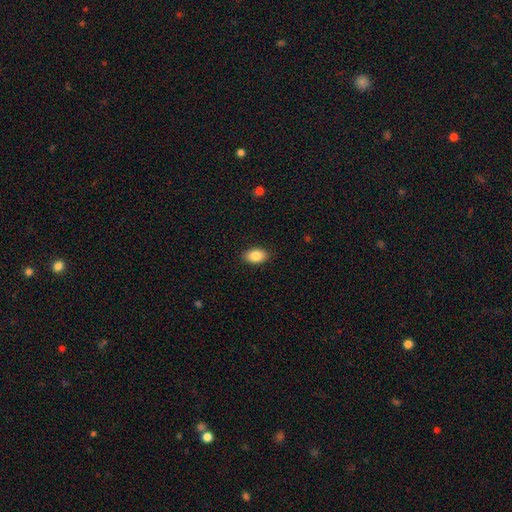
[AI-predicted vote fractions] This appears to be a smooth galaxy with no disk features (87%) that is in between round and cigar-shaped (92%). Merging: none (89%).